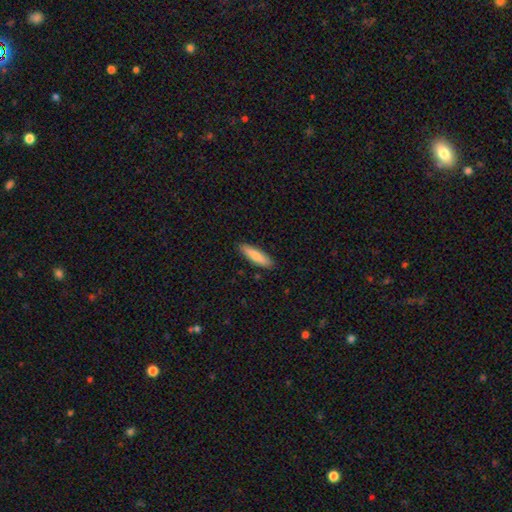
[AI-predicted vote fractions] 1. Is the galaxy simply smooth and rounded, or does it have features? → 80% smooth, 14% featured or disk, 6% star or artifact.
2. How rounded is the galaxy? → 69% cigar-shaped, 30% in between, 1% round.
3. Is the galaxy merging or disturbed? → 89% none, 9% minor disturbance, 2% major disturbance, 1% merger.